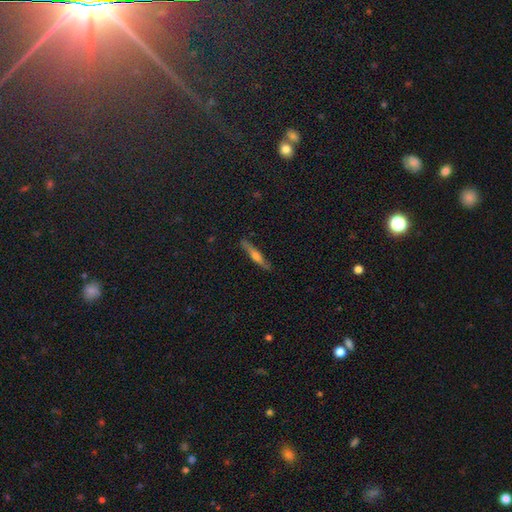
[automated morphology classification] smooth_or_featured: featured or disk (p=0.53) [alt: smooth p=0.40]
disk_edge_on: yes (p=0.92) [alt: no p=0.08]
merging: none (p=0.87) [alt: minor disturbance p=0.10]